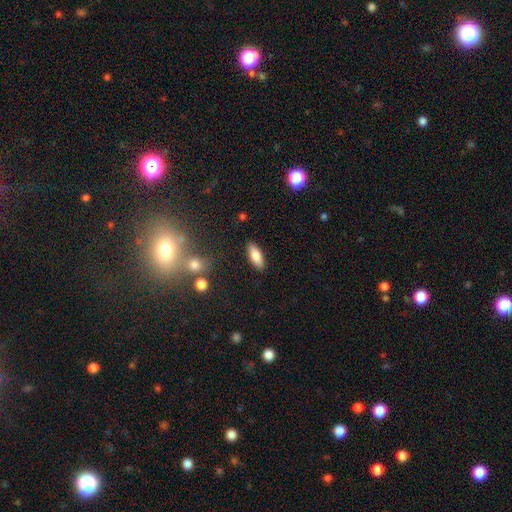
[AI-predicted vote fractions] Overall: smooth (79%). How rounded: in between (74%). Merging: none (88%).